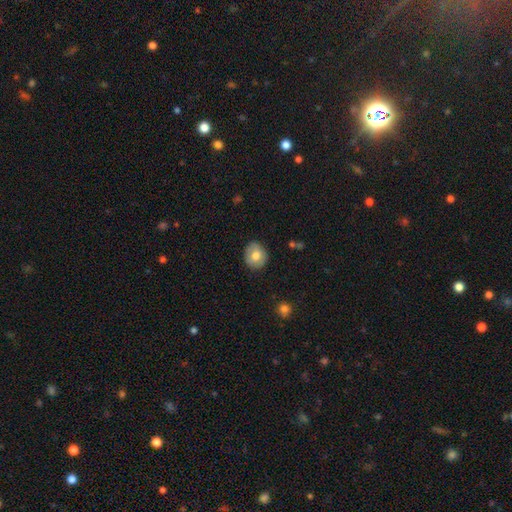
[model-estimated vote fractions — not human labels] A smooth galaxy with no disk features (72%) that is round (71%). Merging: none (85%).